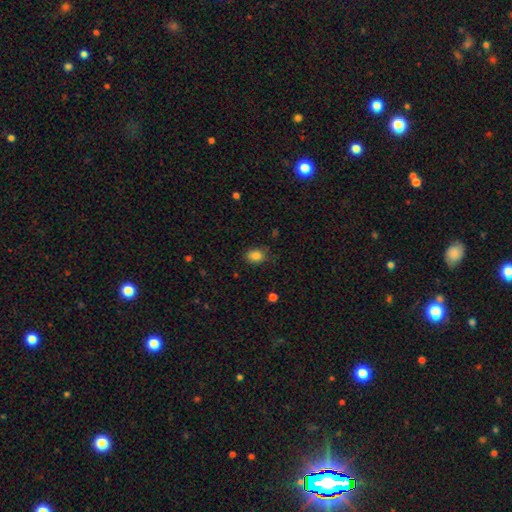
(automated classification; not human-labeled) Smooth or featured? smooth (85%)
How rounded? in between (57%)
Merging? none (77%)